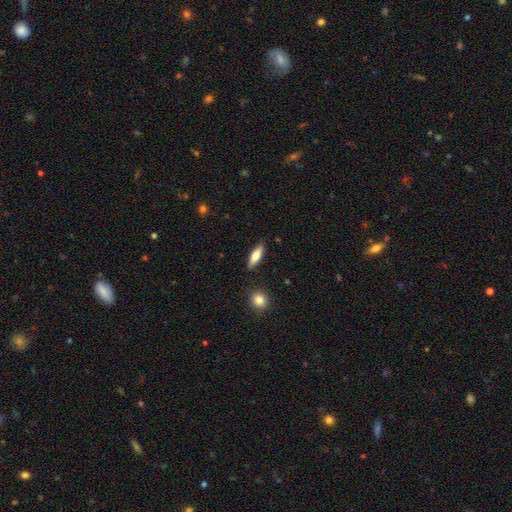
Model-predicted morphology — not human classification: Q: Smooth or featured?
A: smooth (73%); runner-up: featured or disk (21%)
Q: How rounded?
A: in between (50%); runner-up: cigar-shaped (48%)
Q: Merging?
A: none (86%); runner-up: minor disturbance (9%)